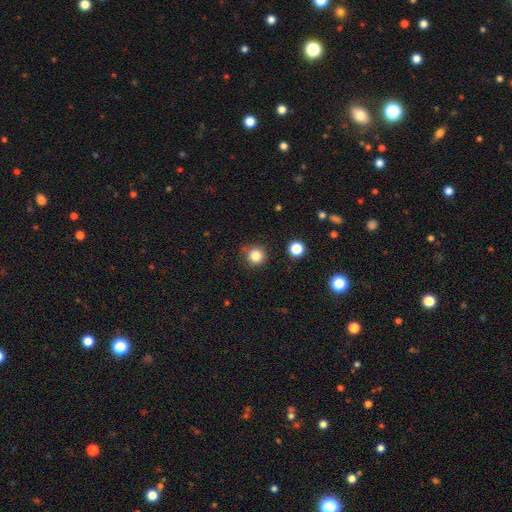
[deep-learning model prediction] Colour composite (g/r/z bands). It shows a smooth galaxy with no disk features (83%) that is round (94%). Merging: none (85%).